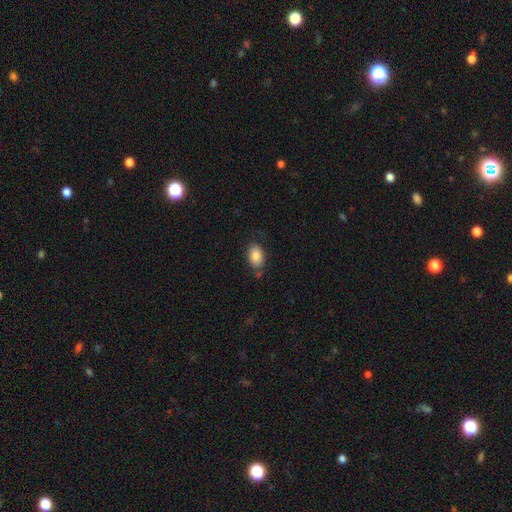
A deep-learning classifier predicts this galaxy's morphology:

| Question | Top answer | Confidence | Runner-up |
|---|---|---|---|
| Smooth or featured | smooth | 84% | featured or disk (8%) |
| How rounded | in between | 87% | round (11%) |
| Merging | none | 75% | minor disturbance (16%) |